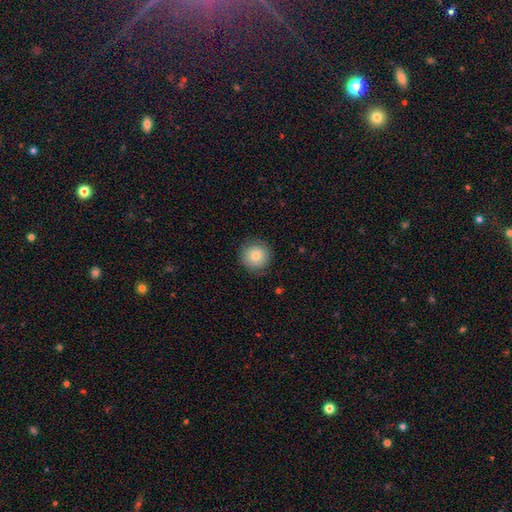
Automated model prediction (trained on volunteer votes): The model was most divided on "smooth or featured": smooth: 81%, featured or disk: 10%, star or artifact: 9%. More confident: how rounded — round (95%); merging — none (86%).